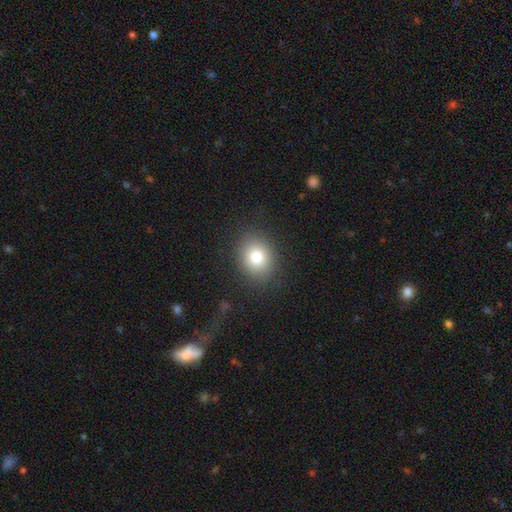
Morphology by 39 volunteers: Q: Smooth or featured?
A: smooth (85%); runner-up: featured or disk (8%)
Q: How rounded?
A: round (55%); runner-up: in between (42%)
Q: Merging?
A: none (83%); runner-up: minor disturbance (8%)